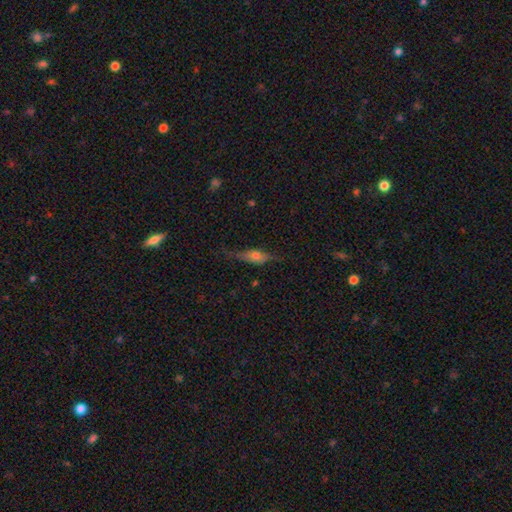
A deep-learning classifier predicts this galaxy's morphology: This is possibly a featured or disk galaxy (46%). Merging: likely none (61%).